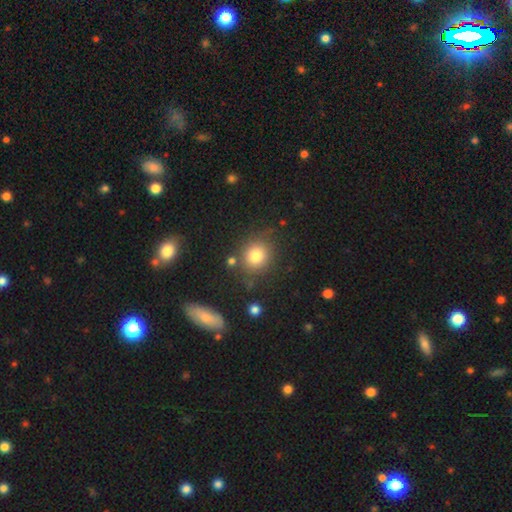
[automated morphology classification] Smooth or featured: smooth — 80% (star or artifact — 12%)
How rounded: round — 82% (in between — 17%)
Merging: none — 79% (minor disturbance — 11%)